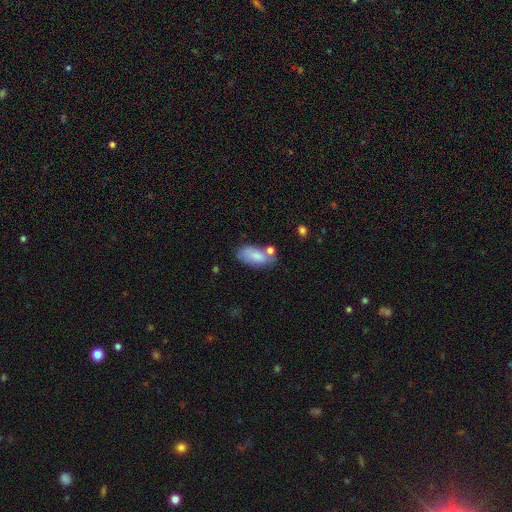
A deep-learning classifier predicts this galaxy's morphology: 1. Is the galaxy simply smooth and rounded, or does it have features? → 79% smooth, 14% featured or disk, 7% star or artifact.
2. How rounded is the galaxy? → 92% in between, 5% cigar-shaped, 3% round.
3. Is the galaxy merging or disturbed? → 52% none, 22% minor disturbance, 19% merger, 7% major disturbance.